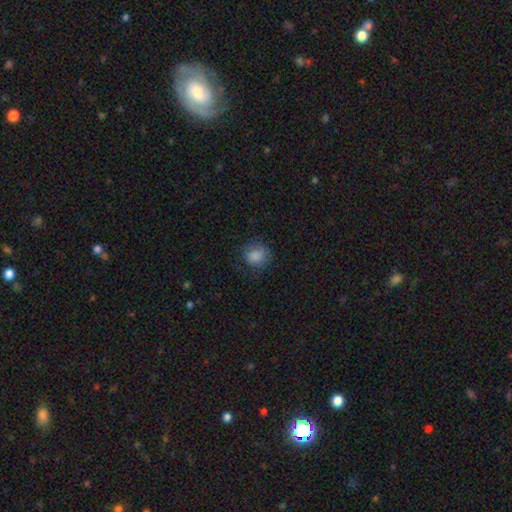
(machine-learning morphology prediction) Overall: smooth (86%). How rounded: round (78%). Merging: none (77%).